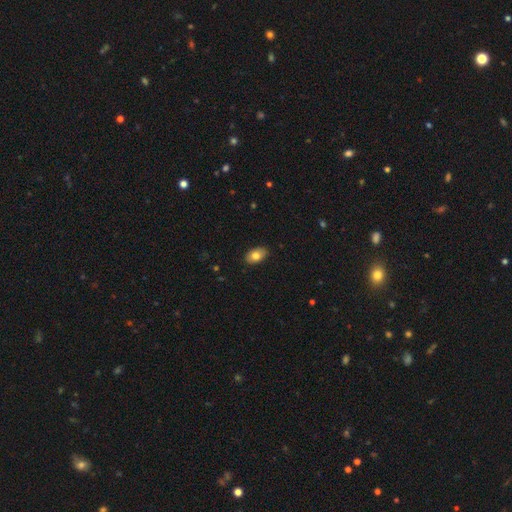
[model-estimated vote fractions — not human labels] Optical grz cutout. It shows a smooth galaxy with no disk features (79%) that is in between round and cigar-shaped (91%). Merging: none (86%).